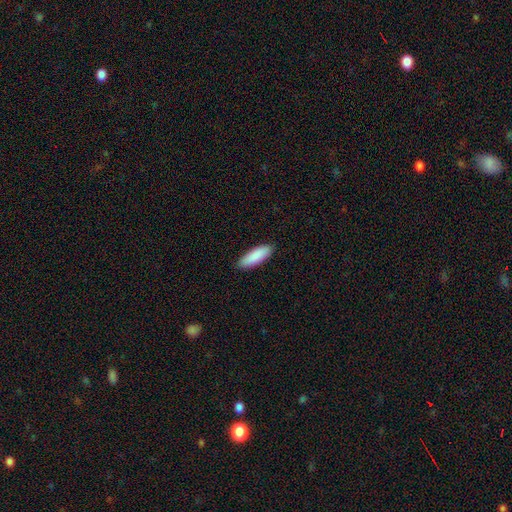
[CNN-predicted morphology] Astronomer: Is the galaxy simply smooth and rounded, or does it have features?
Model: smooth — 89%.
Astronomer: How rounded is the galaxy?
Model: in between — 56% (runner-up: cigar-shaped, 43%).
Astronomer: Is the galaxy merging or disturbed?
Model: none — 89%.